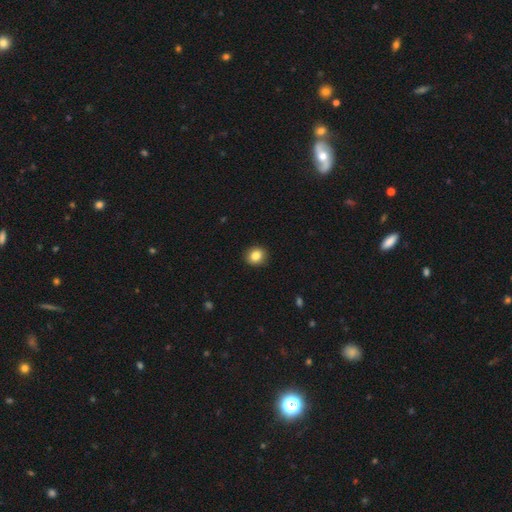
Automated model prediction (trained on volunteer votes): A smooth galaxy with no disk features (85%) that is round (83%). Merging: none (91%).